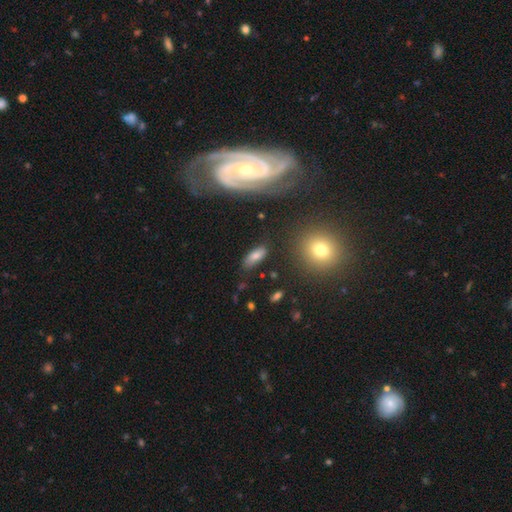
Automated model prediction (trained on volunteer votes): Smooth or featured? smooth (75%)
How rounded? in between (80%)
Merging? none (78%)